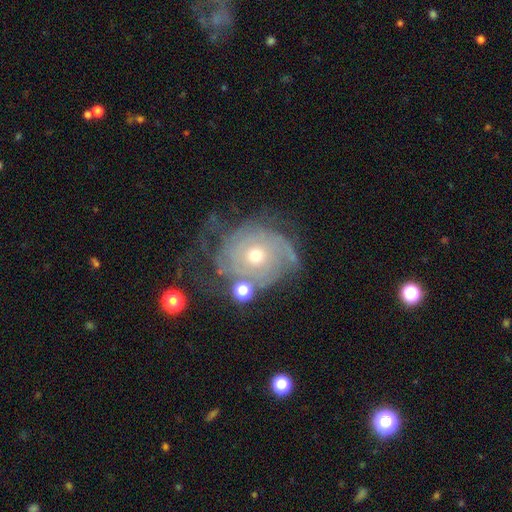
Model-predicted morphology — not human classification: smooth_or_featured: featured or disk (p=0.77) [alt: smooth p=0.14]
disk_edge_on: no (p=0.97) [alt: yes p=0.03]
bar: no (p=0.85) [alt: weak p=0.12]
has_spiral_arms: yes (p=0.86) [alt: no p=0.14]
spiral_winding: tight (p=0.71) [alt: medium p=0.21]
spiral_arm_count: can't tell (p=0.47) [alt: 2 p=0.17]
bulge_size: small (p=0.49) [alt: moderate p=0.47]
merging: none (p=0.51) [alt: minor disturbance p=0.23]